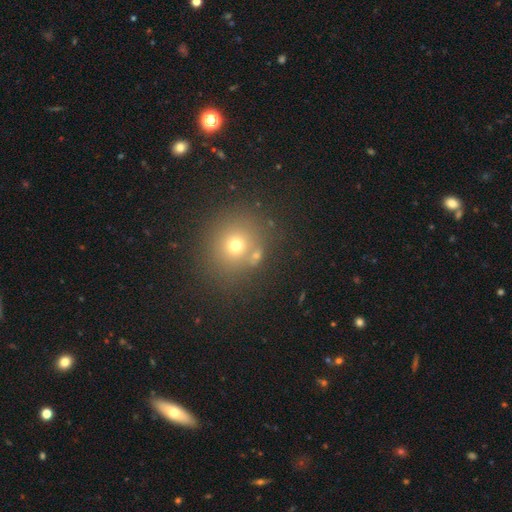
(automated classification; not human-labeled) This appears to be a smooth galaxy with no disk features (64%) that is round (85%). Merging: none (75%).